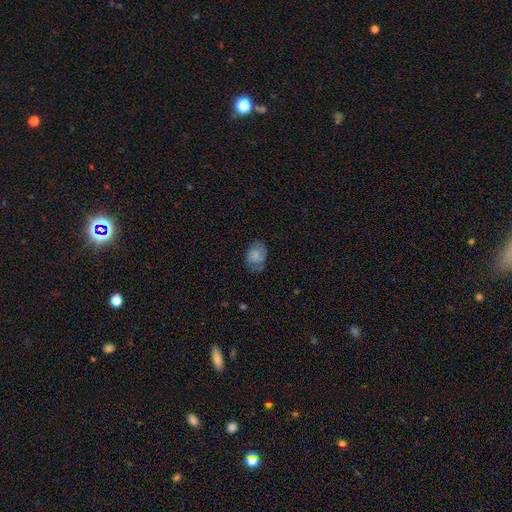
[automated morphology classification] A smooth galaxy with no disk features (66%) that is in between round and cigar-shaped (73%). Merging: none (58%).